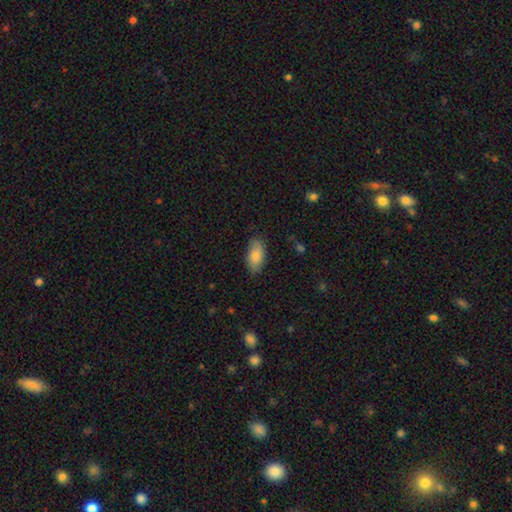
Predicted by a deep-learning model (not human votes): A smooth galaxy with no disk features (83%) that is in between round and cigar-shaped (93%).

Vote fractions:
- Smooth or featured? smooth: 83% / featured or disk: 10% / star or artifact: 6%
- How rounded? in between: 93% / cigar-shaped: 4% / round: 3%
- Merging? none: 82% / minor disturbance: 14% / major disturbance: 3% / merger: 1%